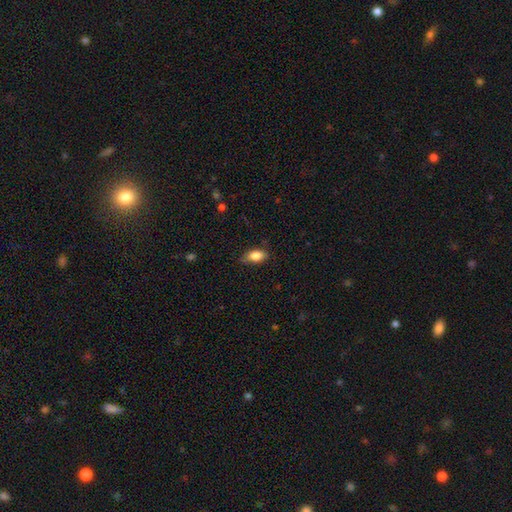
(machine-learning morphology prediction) Smooth or featured?
  - smooth: 84% *
  - featured or disk: 9%
  - star or artifact: 7%
How rounded?
  - in between: 88% *
  - round: 6%
  - cigar-shaped: 6%
Merging?
  - none: 77% *
  - minor disturbance: 19%
  - major disturbance: 3%
  - merger: 1%